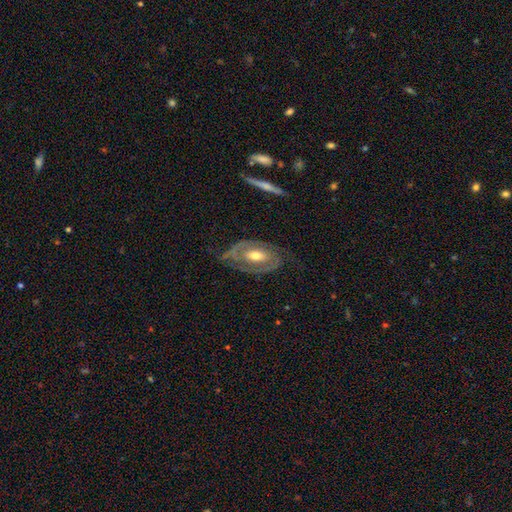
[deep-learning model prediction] Overall: featured or disk (81%). Edge-on disk: no (93%). Bar: no (45%; weak 35%). Spiral arms: yes (79%). Spiral arm count: 2 (70%). Spiral winding: tight (54%; medium 34%). Bulge size: moderate (69%). Merging: none (64%).